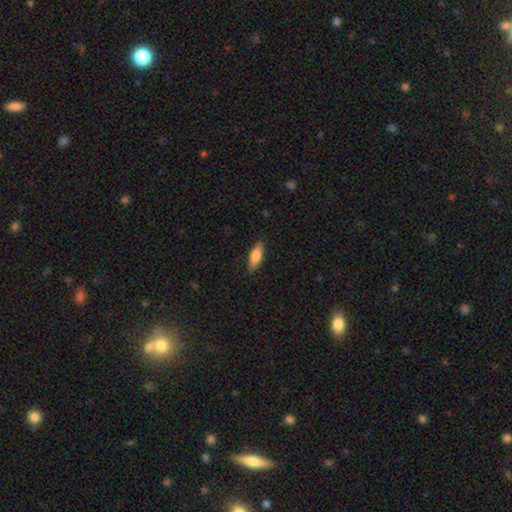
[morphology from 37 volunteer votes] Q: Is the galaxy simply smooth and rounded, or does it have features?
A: smooth — 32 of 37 (86%).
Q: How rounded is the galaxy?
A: in between — 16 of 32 (50%).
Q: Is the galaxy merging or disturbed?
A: none — 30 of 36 (83%).